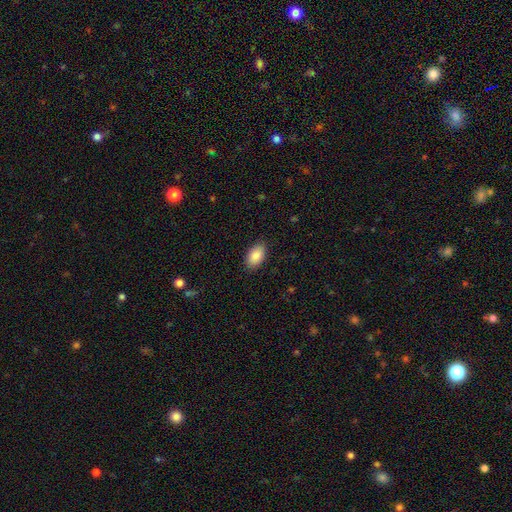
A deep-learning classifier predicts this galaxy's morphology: Smooth or featured?
  - smooth: 87% *
  - star or artifact: 7%
  - featured or disk: 6%
How rounded?
  - in between: 93% *
  - round: 5%
  - cigar-shaped: 2%
Merging?
  - none: 87% *
  - minor disturbance: 9%
  - major disturbance: 2%
  - merger: 1%